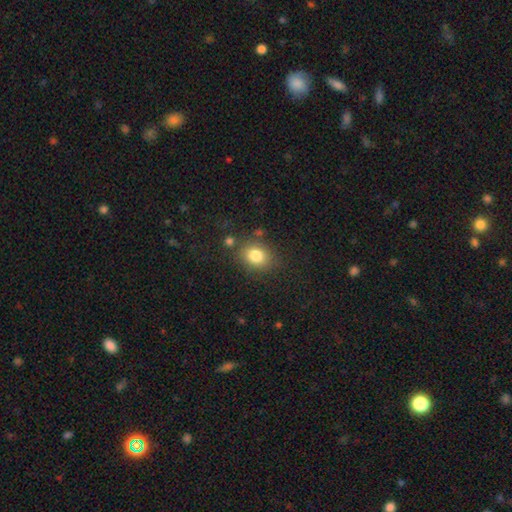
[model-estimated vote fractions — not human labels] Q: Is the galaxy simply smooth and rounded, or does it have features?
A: smooth — 82%.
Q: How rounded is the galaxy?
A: in between — 50%.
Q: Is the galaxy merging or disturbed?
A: none — 77%.